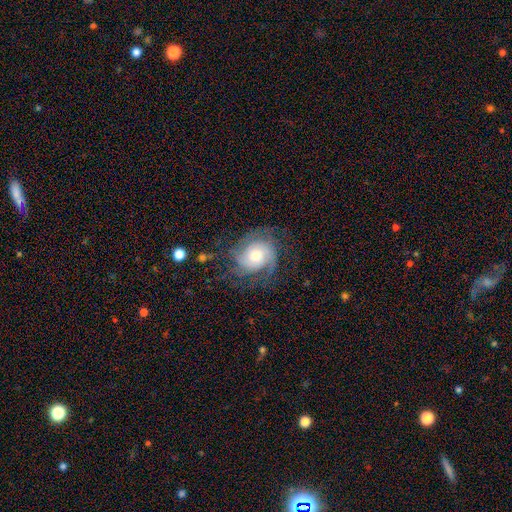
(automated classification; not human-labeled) smooth-or-featured: featured or disk: 79% | smooth: 13% | star or artifact: 7%
  disk-edge-on: no: 98% | yes: 2%
    bar: no: 74% | weak: 21% | strong: 4%
    has-spiral-arms: yes: 95% | no: 5%
      spiral-winding: tight: 53% | medium: 37% | loose: 11%
      spiral-arm-count: 2: 34% | 3: 28% | can't tell: 21% | 4: 6% | 1: 6% | more than 4: 5%
    bulge-size: moderate: 59% | large: 21% | small: 15% | dominant: 2% | none: 2%
  merging: none: 71% | minor disturbance: 17% | major disturbance: 11% | merger: 1%